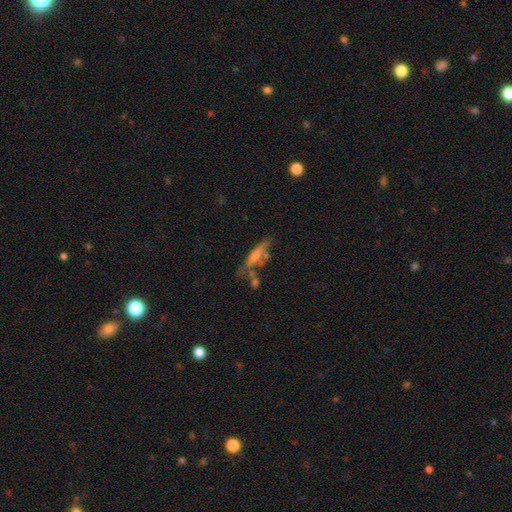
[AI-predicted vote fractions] Smooth or featured? Predicted: featured or disk (p=0.52). Edge-on disk? Predicted: yes (p=0.71). Merging? Predicted: none (p=0.52).